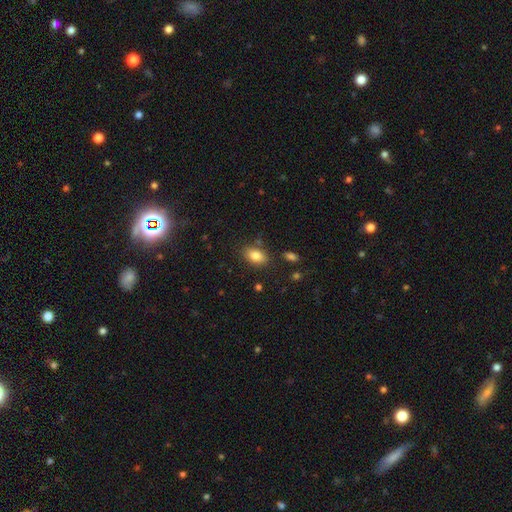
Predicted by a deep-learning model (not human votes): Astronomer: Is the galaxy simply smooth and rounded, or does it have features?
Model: smooth — 84%.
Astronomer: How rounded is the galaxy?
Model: in between — 88%.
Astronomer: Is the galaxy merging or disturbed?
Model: none — 81%.